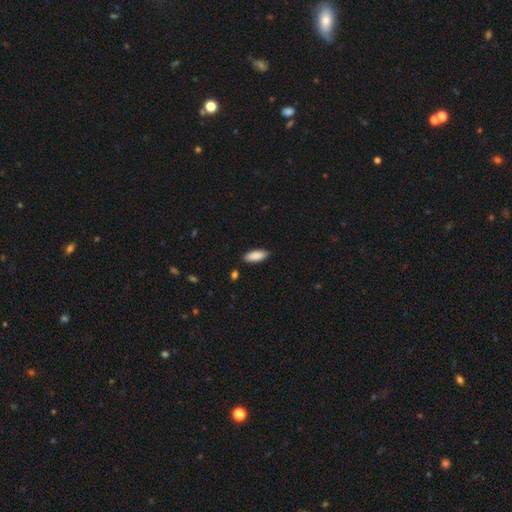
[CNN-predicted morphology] Smooth or featured? Predicted: smooth (p=0.89). How rounded? Predicted: in between (p=0.79). Merging? Predicted: none (p=0.87).